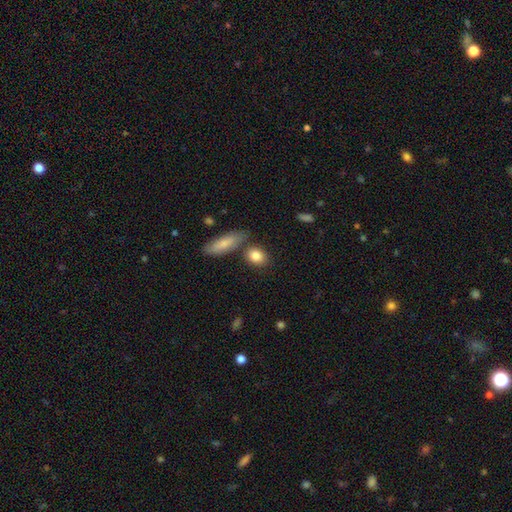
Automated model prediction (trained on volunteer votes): Smooth or featured?
  - smooth: 85% *
  - featured or disk: 8%
  - star or artifact: 7%
How rounded?
  - in between: 54% *
  - round: 41%
  - cigar-shaped: 5%
Merging?
  - none: 72% *
  - merger: 13%
  - minor disturbance: 12%
  - major disturbance: 3%